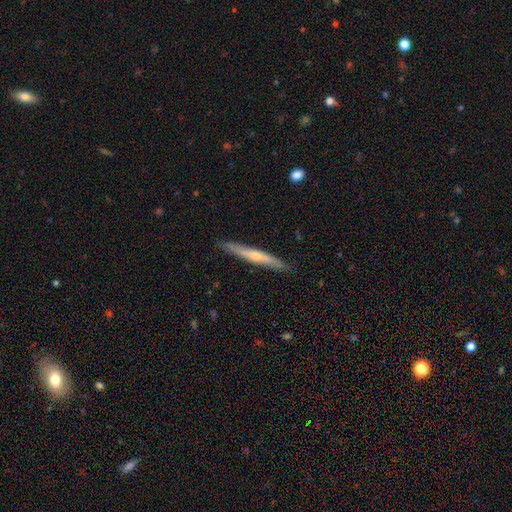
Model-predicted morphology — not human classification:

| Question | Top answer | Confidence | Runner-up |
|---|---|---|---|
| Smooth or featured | featured or disk | 57% | smooth (37%) |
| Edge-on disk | yes | 93% | no (7%) |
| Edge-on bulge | rounded | 67% | none (30%) |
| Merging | none | 89% | minor disturbance (9%) |